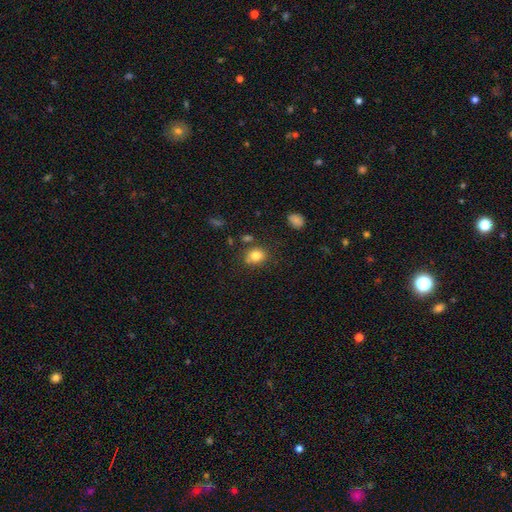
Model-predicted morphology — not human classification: This is clearly a smooth galaxy (81%). How rounded: possibly in between (53%). Merging: likely none (73%).